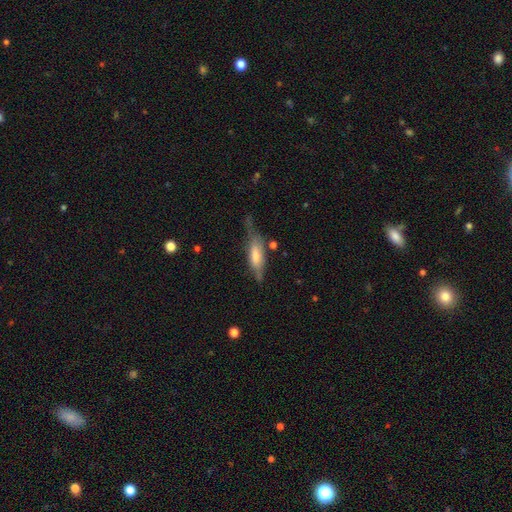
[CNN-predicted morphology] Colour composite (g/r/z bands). It shows a featured or disk galaxy (47%). Merging: none (47%).